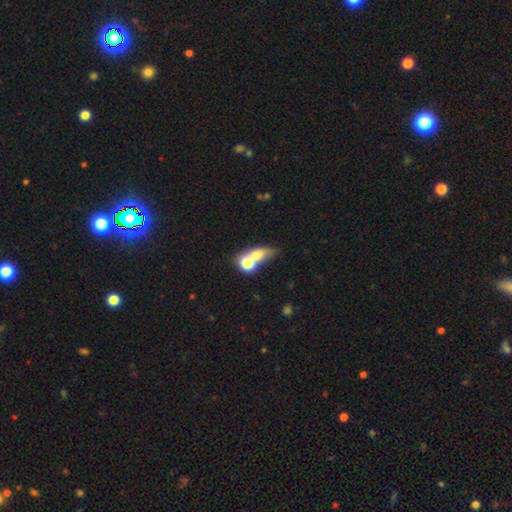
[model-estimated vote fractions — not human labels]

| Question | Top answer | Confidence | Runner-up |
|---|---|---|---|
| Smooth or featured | smooth | 61% | featured or disk (22%) |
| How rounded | in between | 51% | round (39%) |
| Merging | merger | 48% | none (31%) |